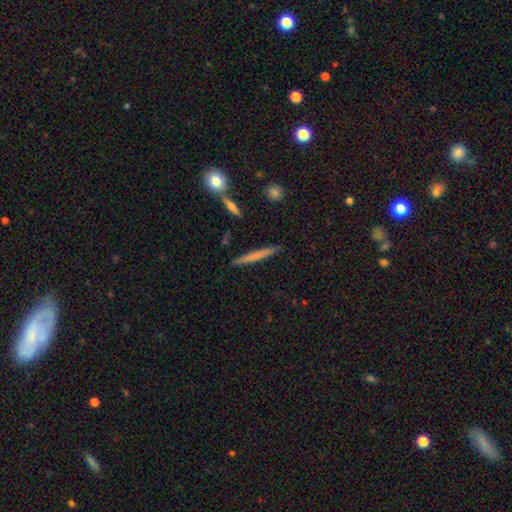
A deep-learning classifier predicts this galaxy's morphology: Smooth or featured?
  - smooth: 63% *
  - featured or disk: 31%
  - star or artifact: 6%
How rounded?
  - cigar-shaped: 96% *
  - in between: 3%
  - round: 2%
Merging?
  - none: 89% *
  - minor disturbance: 7%
  - merger: 3%
  - major disturbance: 2%